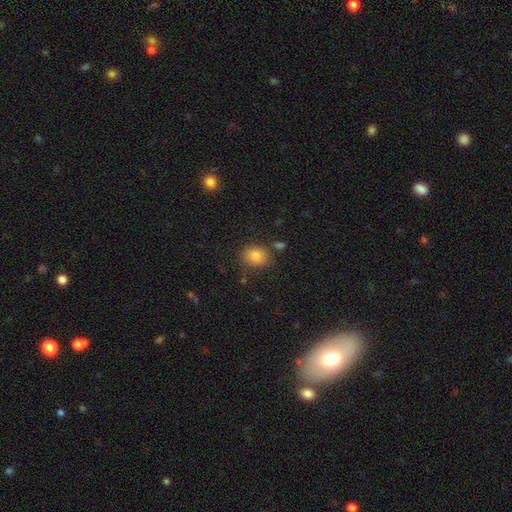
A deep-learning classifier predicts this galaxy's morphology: A smooth galaxy with no disk features (84%) that is round (59%). Merging: none (75%).